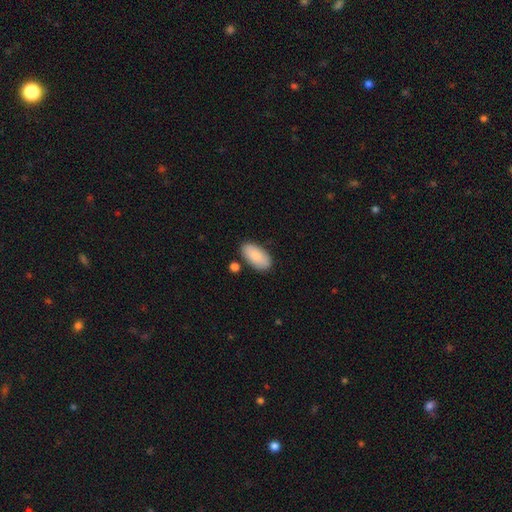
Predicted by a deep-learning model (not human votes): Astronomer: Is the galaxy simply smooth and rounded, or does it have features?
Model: smooth — 88%.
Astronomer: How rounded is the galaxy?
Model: in between — 94%.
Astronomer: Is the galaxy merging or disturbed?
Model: none — 81%.